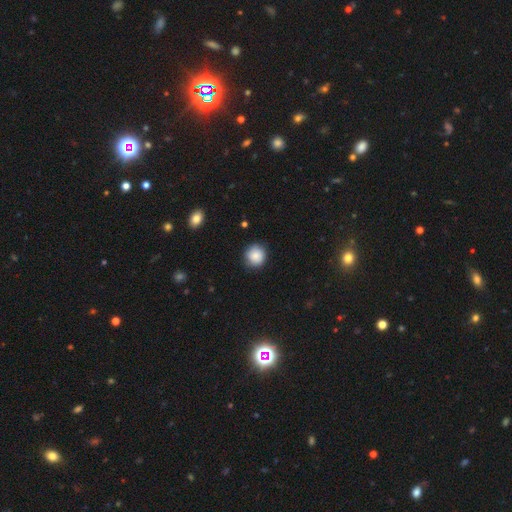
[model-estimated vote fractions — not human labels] Overall: smooth (84%). How rounded: round (92%). Merging: none (83%).